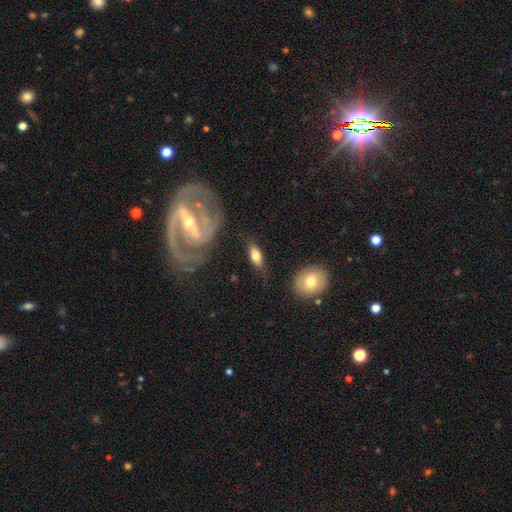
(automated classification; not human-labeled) Smooth or featured? Predicted: smooth (p=0.68). How rounded? Predicted: in between (p=0.77). Merging? Predicted: none (p=0.75).